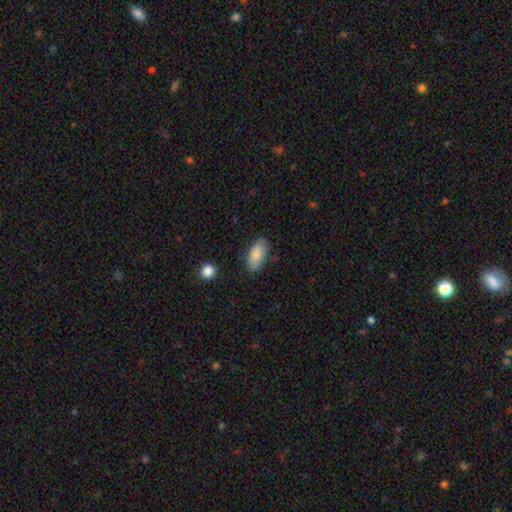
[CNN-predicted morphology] A smooth galaxy with no disk features (80%) that is in between round and cigar-shaped (89%).

Vote fractions:
- Smooth or featured? smooth: 80% / featured or disk: 13% / star or artifact: 7%
- How rounded? in between: 89% / cigar-shaped: 9% / round: 3%
- Merging? none: 77% / minor disturbance: 18% / major disturbance: 3% / merger: 2%